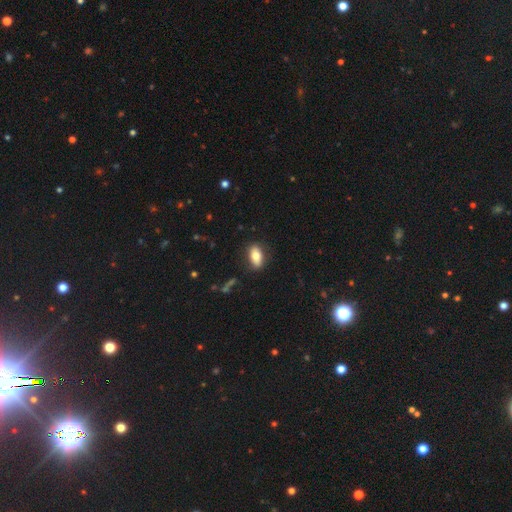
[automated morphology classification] smooth 78%, featured or disk 15%, star or artifact 7%. Down the decision tree: how rounded — in between (88%); merging — none (83%).